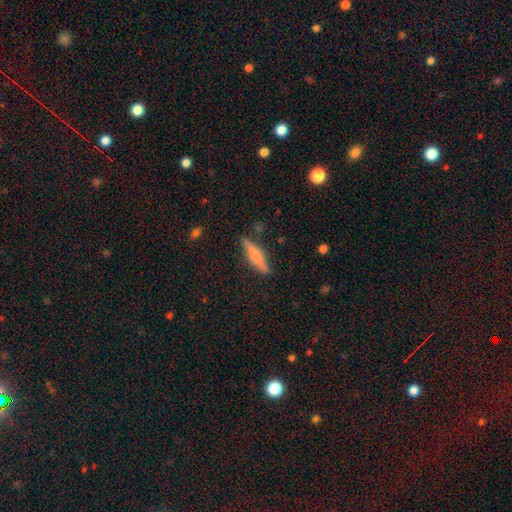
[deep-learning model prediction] A smooth galaxy with no disk features (57%) that is cigar-shaped (80%).

Vote fractions:
- Smooth or featured? smooth: 57% / featured or disk: 36% / star or artifact: 7%
- How rounded? cigar-shaped: 80% / in between: 17% / round: 2%
- Merging? none: 82% / minor disturbance: 13% / major disturbance: 3% / merger: 2%